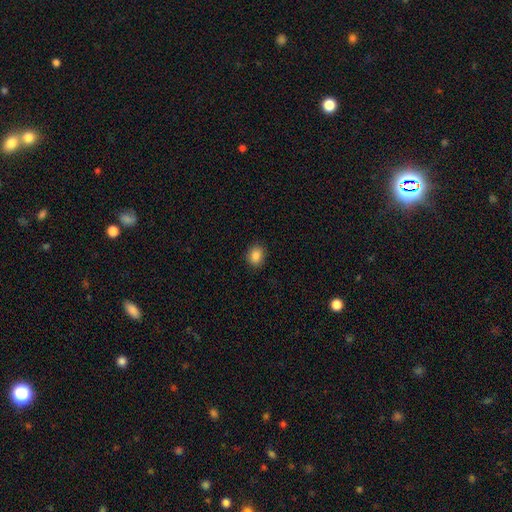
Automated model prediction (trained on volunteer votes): Overall: smooth (85%). How rounded: round (61%; in between 38%). Merging: none (90%).